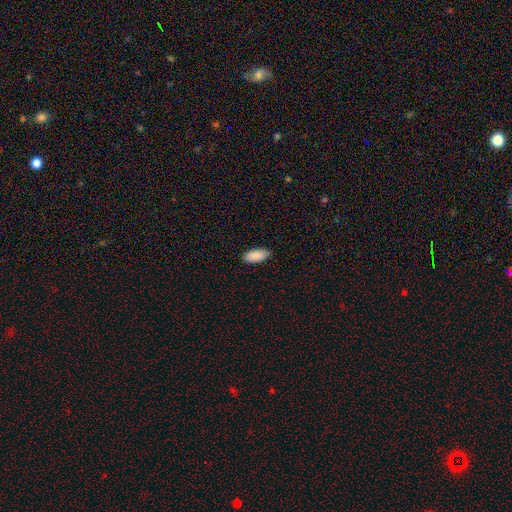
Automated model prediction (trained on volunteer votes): Smooth or featured? smooth (90%)
How rounded? in between (90%)
Merging? none (84%)